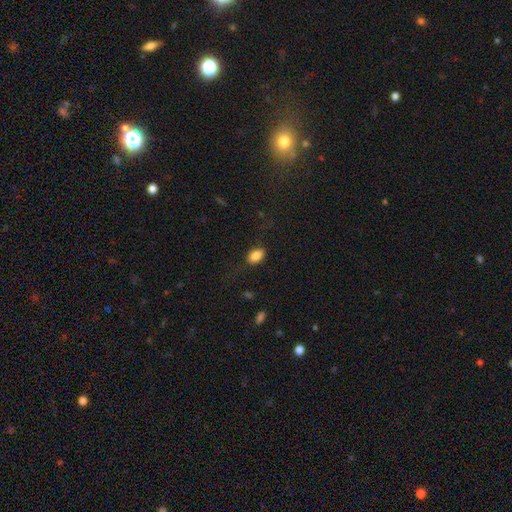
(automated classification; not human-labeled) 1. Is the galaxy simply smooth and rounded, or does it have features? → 85% smooth, 9% star or artifact, 7% featured or disk.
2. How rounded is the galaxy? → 83% in between, 15% round, 2% cigar-shaped.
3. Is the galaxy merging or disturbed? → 77% none, 15% minor disturbance, 7% major disturbance, 1% merger.